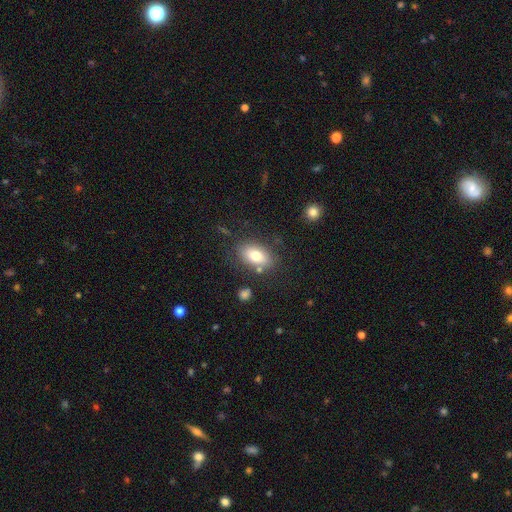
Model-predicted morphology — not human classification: A smooth galaxy with no disk features (74%) that is in between round and cigar-shaped (87%).

Vote fractions:
- Smooth or featured? smooth: 74% / featured or disk: 17% / star or artifact: 8%
- How rounded? in between: 87% / round: 10% / cigar-shaped: 3%
- Merging? none: 78% / minor disturbance: 13% / merger: 5% / major disturbance: 4%